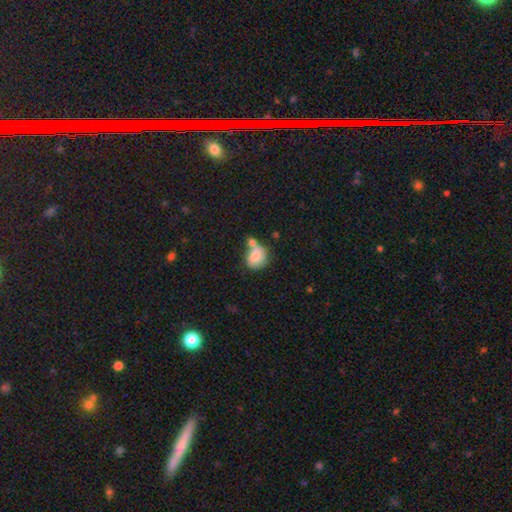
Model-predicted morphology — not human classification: The model was most divided on "how rounded": round: 51%, in between: 47%, cigar-shaped: 1%. Remaining: smooth or featured — smooth (78%); merging — merger (41%).